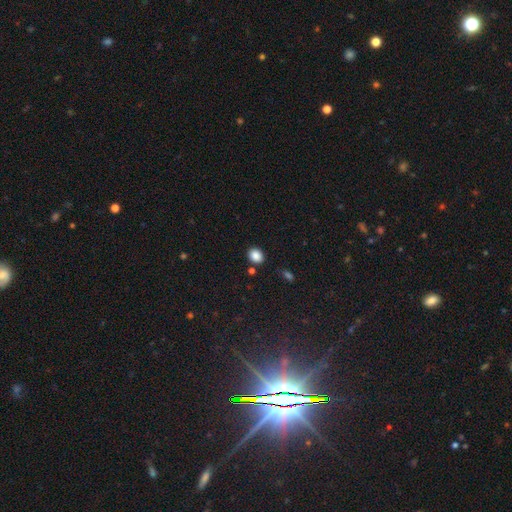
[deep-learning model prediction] smooth_or_featured: smooth (p=0.86) [alt: star or artifact p=0.10]
how_rounded: round (p=0.51) [alt: in between p=0.48]
merging: none (p=0.84) [alt: minor disturbance p=0.10]